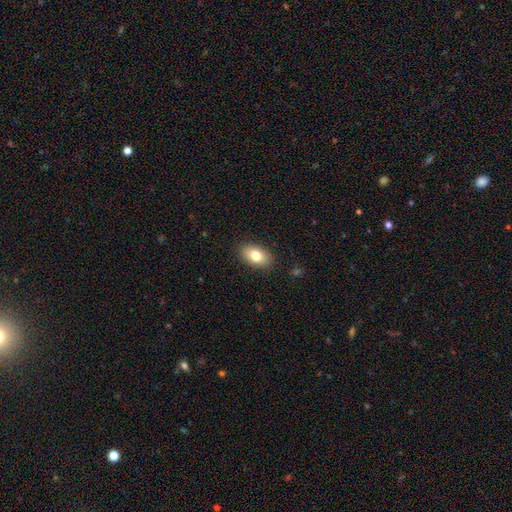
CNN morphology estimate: smooth 80%, featured or disk 13%, star or artifact 8%. Down the decision tree: how rounded — in between (90%); merging — none (87%).